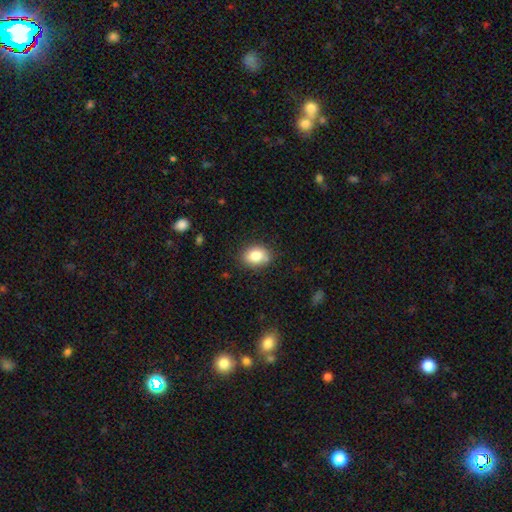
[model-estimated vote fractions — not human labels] Overall: smooth (83%). How rounded: in between (61%; round 38%). Merging: none (80%).